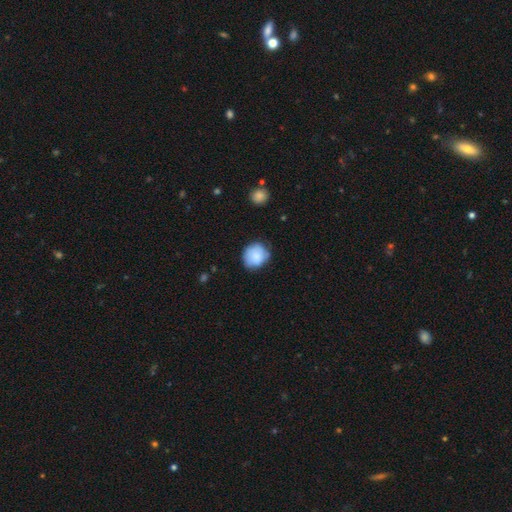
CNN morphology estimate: smooth 81%, featured or disk 12%, star or artifact 7%. Down the decision tree: how rounded — round (80%); merging — none (68%).